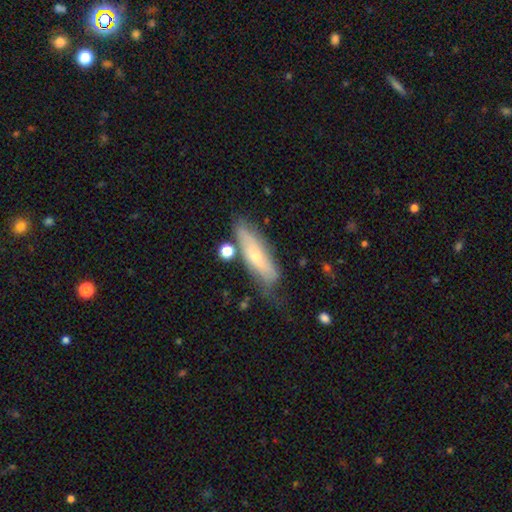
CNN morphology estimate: The model was most divided on "smooth or featured": smooth: 49%, featured or disk: 44%, star or artifact: 7%. More confident: merging — none (56%).